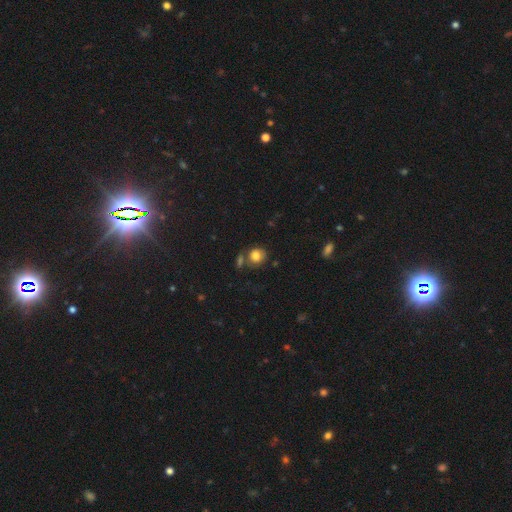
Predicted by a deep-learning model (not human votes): Q: Smooth or featured?
A: smooth (81%); runner-up: star or artifact (10%)
Q: How rounded?
A: round (79%); runner-up: in between (20%)
Q: Merging?
A: none (66%); runner-up: merger (16%)